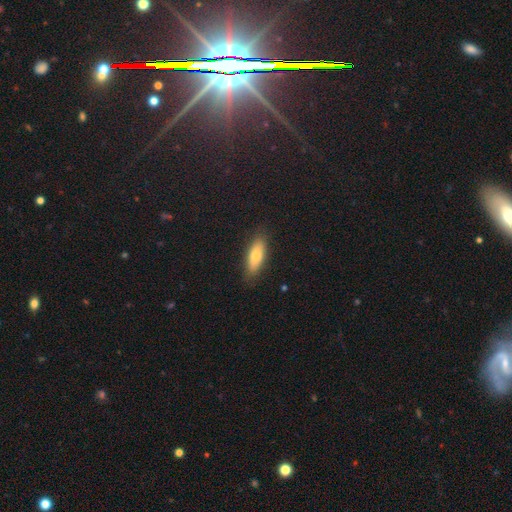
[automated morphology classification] Smooth or featured? smooth (77%)
How rounded? in between (64%)
Merging? none (86%)